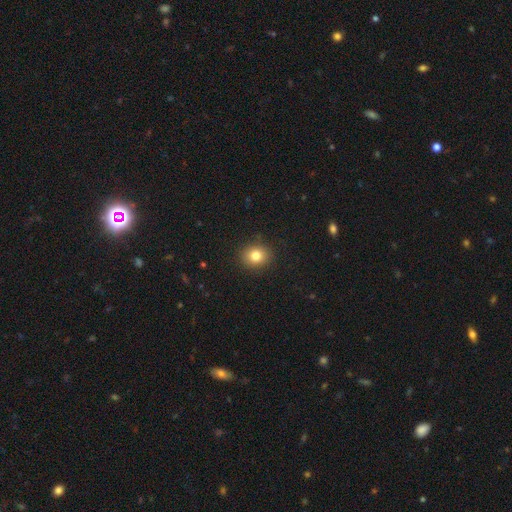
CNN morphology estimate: smooth 80%, star or artifact 12%, featured or disk 8%. Down the decision tree: how rounded — round (72%); merging — none (90%).